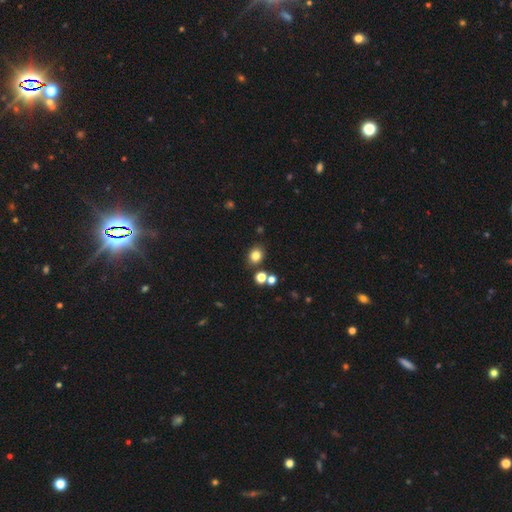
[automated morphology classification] smooth_or_featured: smooth (p=0.80) [alt: star or artifact p=0.14]
how_rounded: round (p=0.62) [alt: in between p=0.37]
merging: none (p=0.79) [alt: minor disturbance p=0.10]